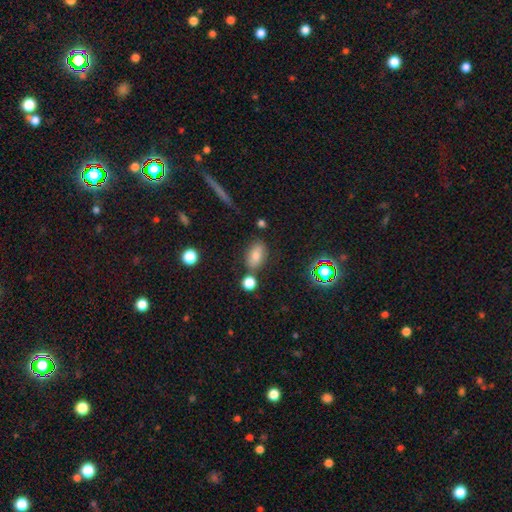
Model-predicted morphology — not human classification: A smooth galaxy with no disk features (72%) that is in between round and cigar-shaped (85%).

Vote fractions:
- Smooth or featured? smooth: 72% / star or artifact: 16% / featured or disk: 12%
- How rounded? in between: 85% / round: 10% / cigar-shaped: 5%
- Merging? none: 76% / minor disturbance: 12% / merger: 8% / major disturbance: 4%